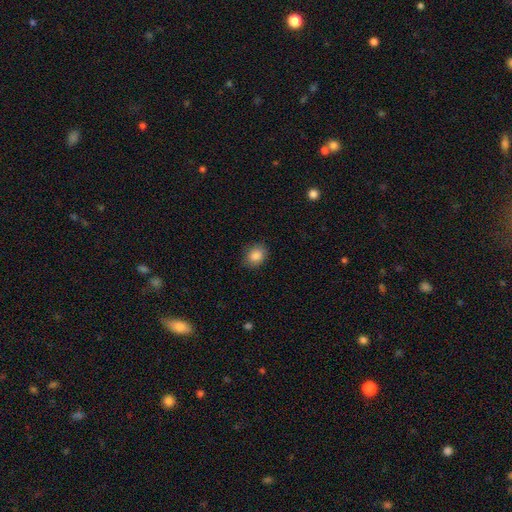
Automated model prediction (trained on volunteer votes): Q: Smooth or featured?
A: smooth (86%); runner-up: star or artifact (9%)
Q: How rounded?
A: round (58%); runner-up: in between (41%)
Q: Merging?
A: none (83%); runner-up: minor disturbance (13%)